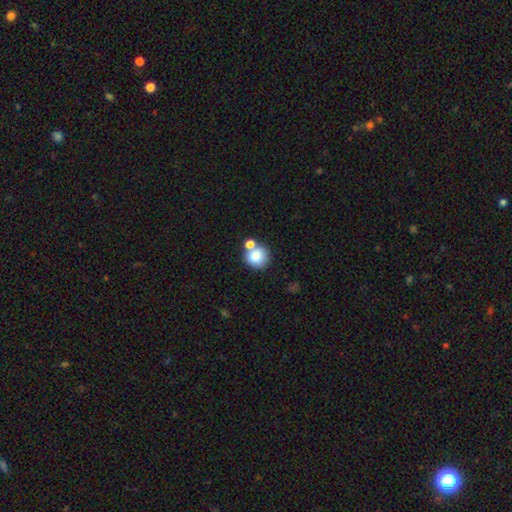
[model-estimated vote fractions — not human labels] Q: Smooth or featured?
A: smooth (82%); runner-up: star or artifact (9%)
Q: How rounded?
A: round (89%); runner-up: in between (10%)
Q: Merging?
A: none (57%); runner-up: merger (30%)